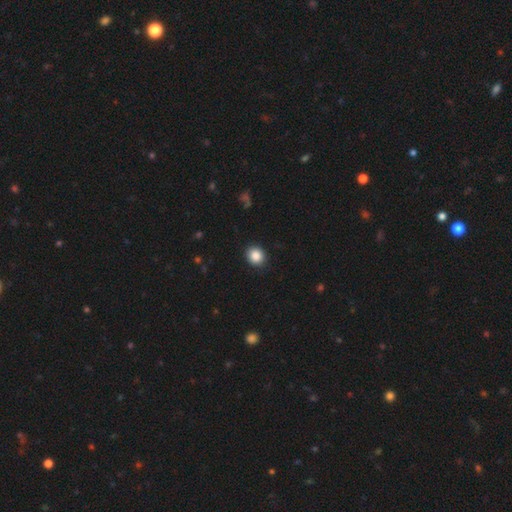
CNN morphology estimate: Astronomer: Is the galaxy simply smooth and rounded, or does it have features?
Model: smooth — 87%.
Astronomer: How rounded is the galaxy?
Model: round — 77%.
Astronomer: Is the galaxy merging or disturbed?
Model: none — 90%.